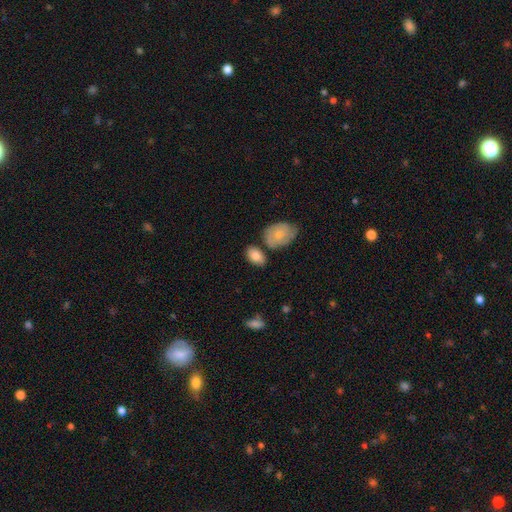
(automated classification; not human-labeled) smooth-or-featured: smooth: 84% | featured or disk: 10% | star or artifact: 6%
  how-rounded: in between: 88% | round: 10% | cigar-shaped: 2%
  merging: none: 68% | minor disturbance: 17% | merger: 11% | major disturbance: 4%